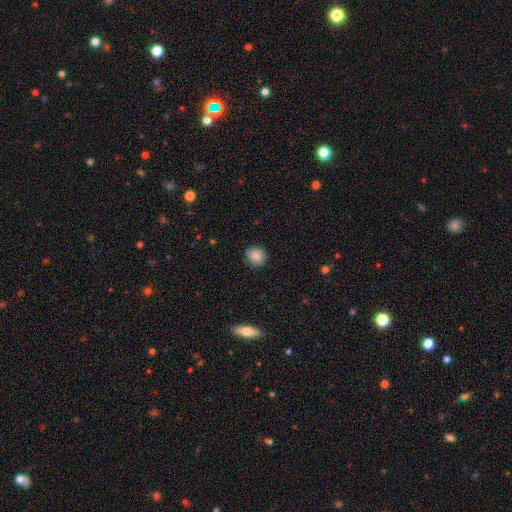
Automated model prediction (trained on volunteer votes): Overall: smooth (87%). How rounded: round (86%). Merging: none (82%).